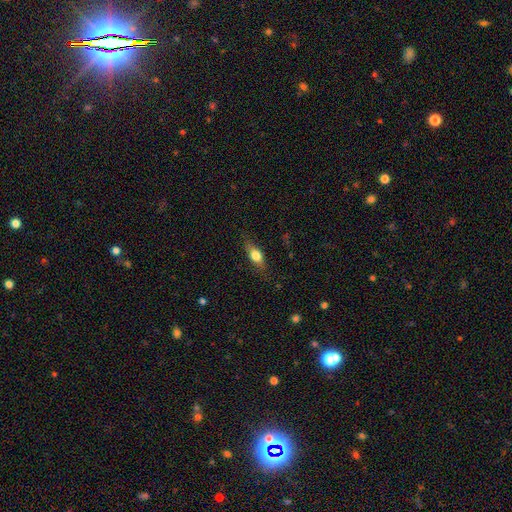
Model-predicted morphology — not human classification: type=smooth (71%); roundness=in between (71%); merging=none (76%).